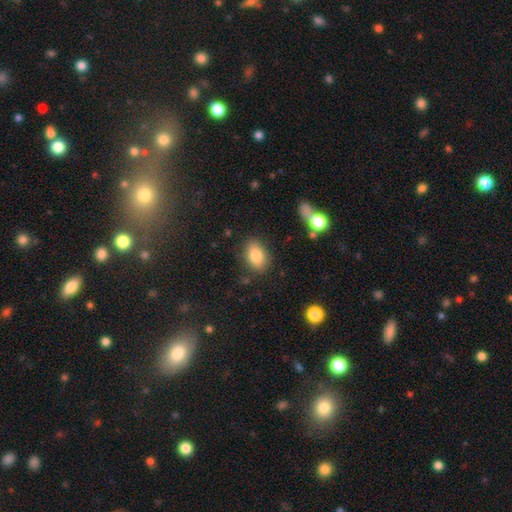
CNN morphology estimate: The model was most divided on "merging": none: 82%, minor disturbance: 12%, major disturbance: 4%, merger: 2%. More confident: how rounded — in between (85%); smooth or featured — smooth (84%).